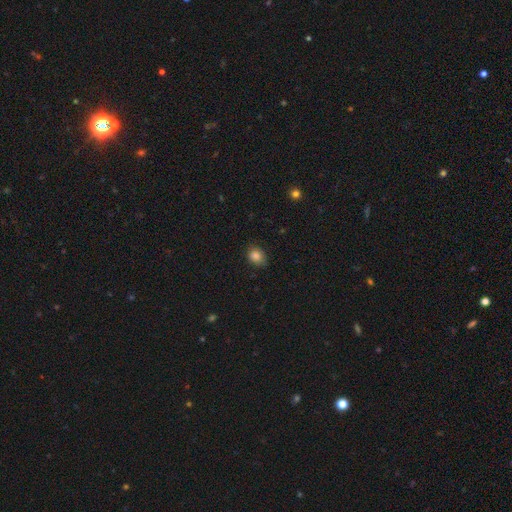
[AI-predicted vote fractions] This is clearly a smooth galaxy (84%). How rounded: possibly in between (53%). Merging: likely none (79%).